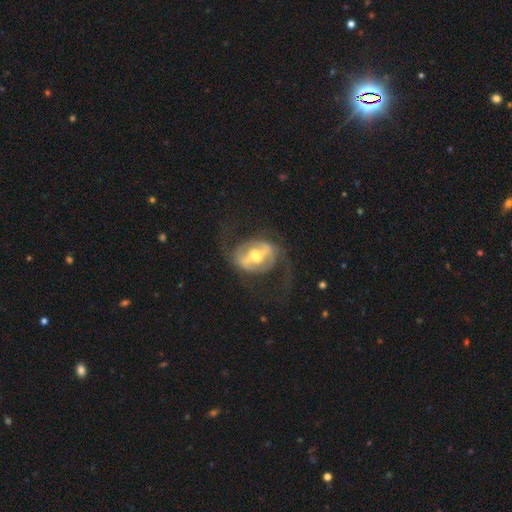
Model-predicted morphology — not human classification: smooth-or-featured: featured or disk: 83% | smooth: 12% | star or artifact: 5%
  disk-edge-on: no: 94% | yes: 6%
    bar: strong: 60% | weak: 29% | no: 11%
    has-spiral-arms: yes: 78% | no: 22%
      spiral-winding: loose: 43% | medium: 41% | tight: 16%
      spiral-arm-count: 2: 84% | can't tell: 8% | 1: 4% | 3: 2% | 4: 1% | more than 4: 1%
    bulge-size: moderate: 71% | small: 15% | large: 12% | dominant: 1% | none: 1%
  merging: none: 61% | major disturbance: 23% | minor disturbance: 14% | merger: 2%